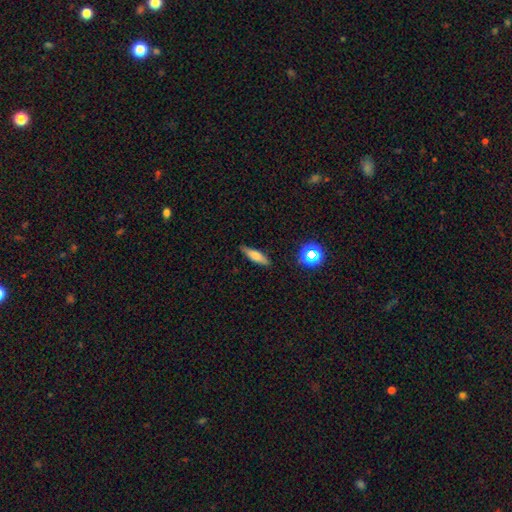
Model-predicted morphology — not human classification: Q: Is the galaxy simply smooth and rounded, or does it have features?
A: smooth — 66%.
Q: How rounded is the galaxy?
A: cigar-shaped — 61%.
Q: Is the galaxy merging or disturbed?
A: none — 84%.